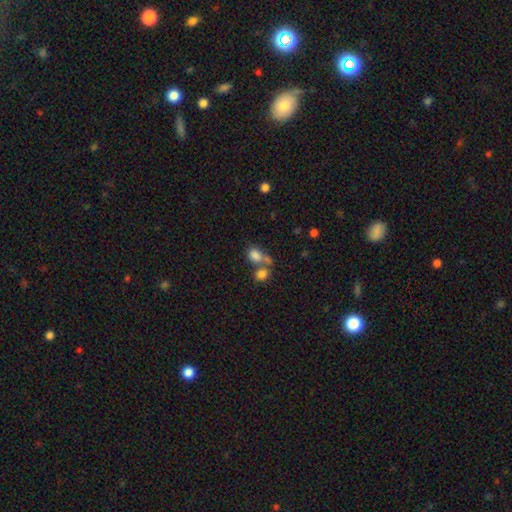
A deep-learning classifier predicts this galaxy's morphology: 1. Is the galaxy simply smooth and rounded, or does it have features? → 80% smooth, 10% star or artifact, 10% featured or disk.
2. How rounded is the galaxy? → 67% in between, 31% round, 2% cigar-shaped.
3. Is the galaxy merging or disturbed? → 54% merger, 29% none, 10% minor disturbance, 8% major disturbance.